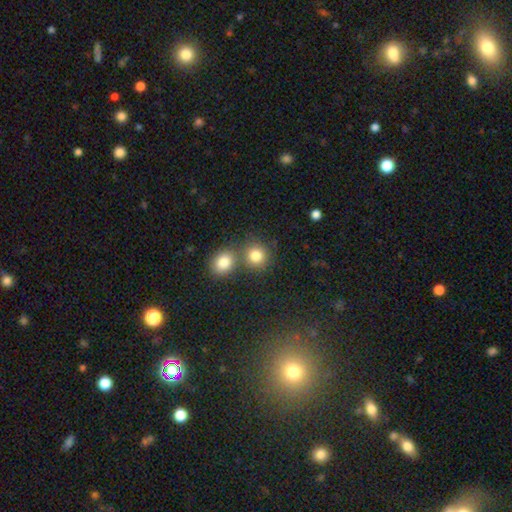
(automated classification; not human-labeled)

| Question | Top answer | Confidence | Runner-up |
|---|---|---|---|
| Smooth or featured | smooth | 82% | star or artifact (11%) |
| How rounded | round | 86% | in between (13%) |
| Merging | none | 59% | merger (31%) |